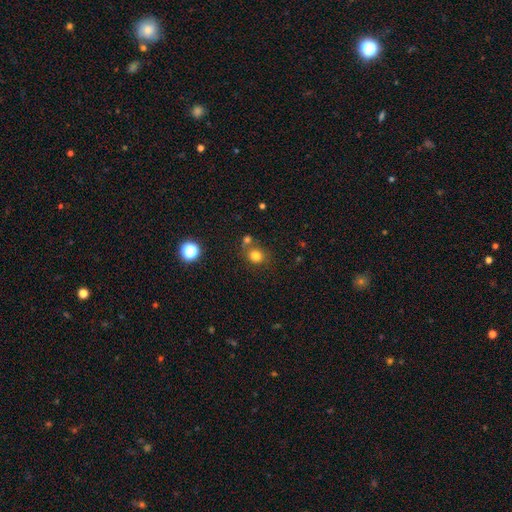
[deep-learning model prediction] Morphology: type=smooth (79%); roundness=round (80%); merging=none (66%).